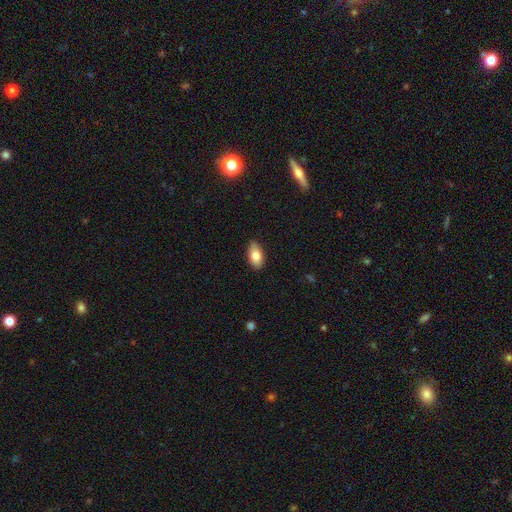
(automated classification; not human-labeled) This is likely a smooth galaxy (80%). How rounded: clearly in between (92%). Merging: clearly none (87%).